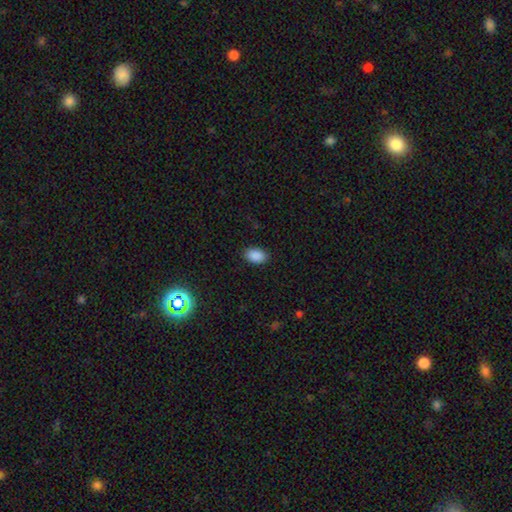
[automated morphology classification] A smooth galaxy with no disk features (89%) that is in between round and cigar-shaped (91%). Merging: none (88%).